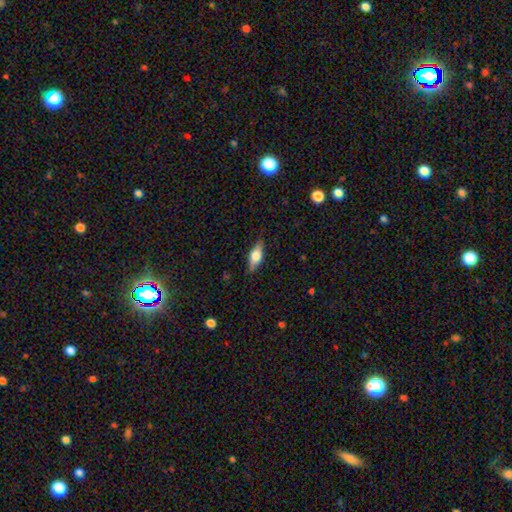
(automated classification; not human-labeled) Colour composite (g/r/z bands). It shows a smooth galaxy with no disk features (50%). Merging: none (84%).